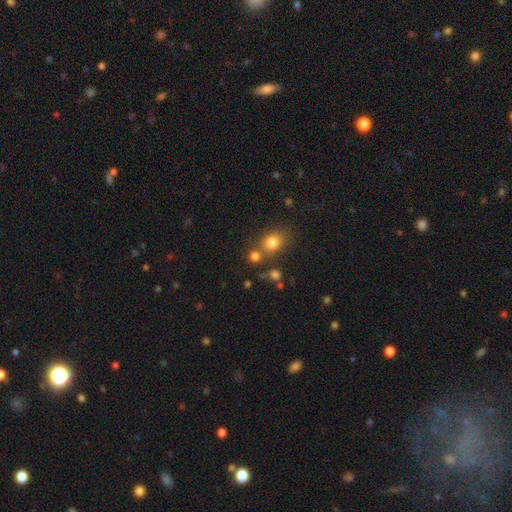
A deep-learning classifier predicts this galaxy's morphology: Smooth or featured?
  - smooth: 72% *
  - star or artifact: 19%
  - featured or disk: 8%
How rounded?
  - round: 72% *
  - in between: 26%
  - cigar-shaped: 1%
Merging?
  - none: 67% *
  - merger: 20%
  - minor disturbance: 10%
  - major disturbance: 4%